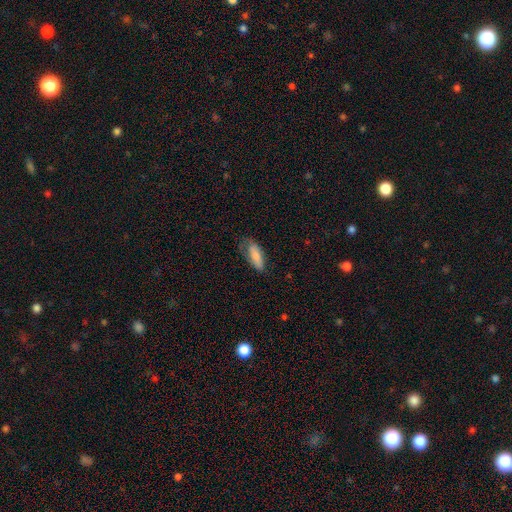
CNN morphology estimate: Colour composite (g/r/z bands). It shows a smooth galaxy with no disk features (78%) that is in between round and cigar-shaped (75%). Merging: none (53%).